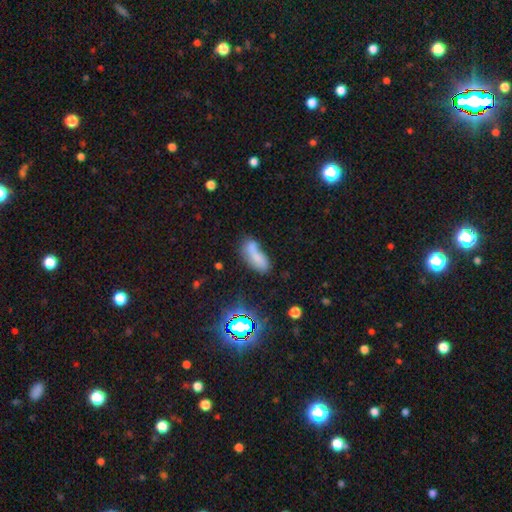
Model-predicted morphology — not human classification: A smooth galaxy with no disk features (66%) that is in between round and cigar-shaped (73%). Merging: none (35%, tied with merger).